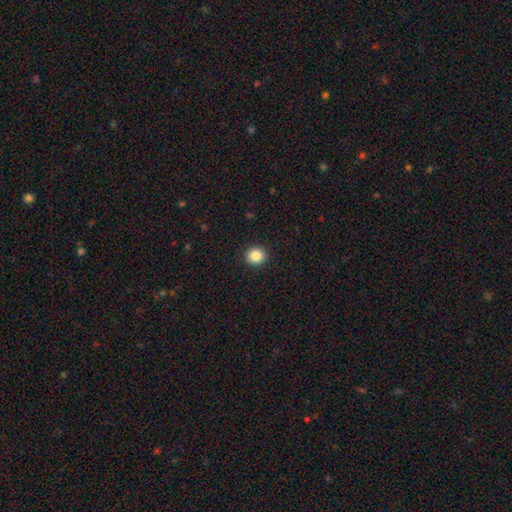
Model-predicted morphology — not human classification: smooth-or-featured: smooth: 86% | star or artifact: 10% | featured or disk: 4%
  how-rounded: round: 91% | in between: 8% | cigar-shaped: 1%
  merging: none: 92% | minor disturbance: 5% | major disturbance: 2% | merger: 1%